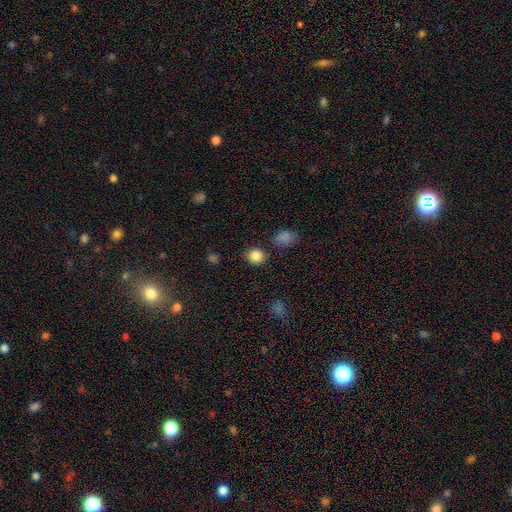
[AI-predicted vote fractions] smooth-or-featured: smooth: 85% | star or artifact: 10% | featured or disk: 5%
  how-rounded: round: 78% | in between: 21% | cigar-shaped: 1%
  merging: none: 84% | minor disturbance: 9% | merger: 4% | major disturbance: 3%